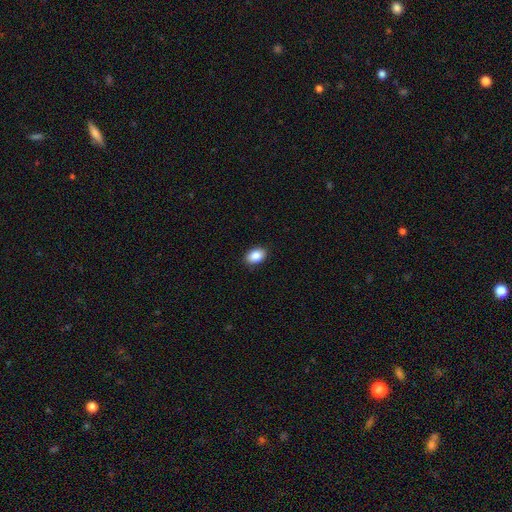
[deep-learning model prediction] smooth-or-featured: smooth: 88% | star or artifact: 8% | featured or disk: 5%
  how-rounded: in between: 85% | round: 14% | cigar-shaped: 1%
  merging: none: 90% | minor disturbance: 8% | major disturbance: 2% | merger: 1%